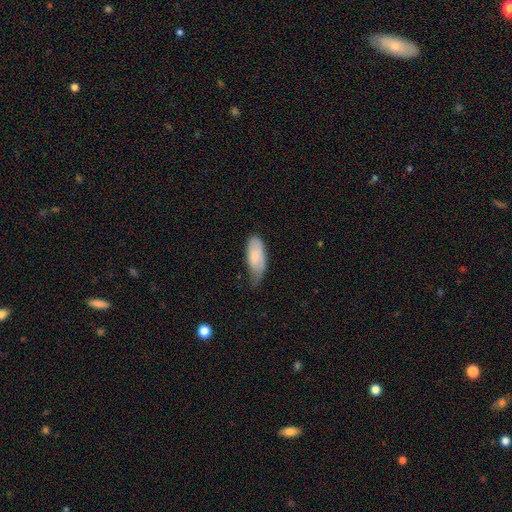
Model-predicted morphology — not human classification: This appears to be a smooth galaxy with no disk features (76%) that is in between round and cigar-shaped (86%). Merging: minor disturbance (50%).